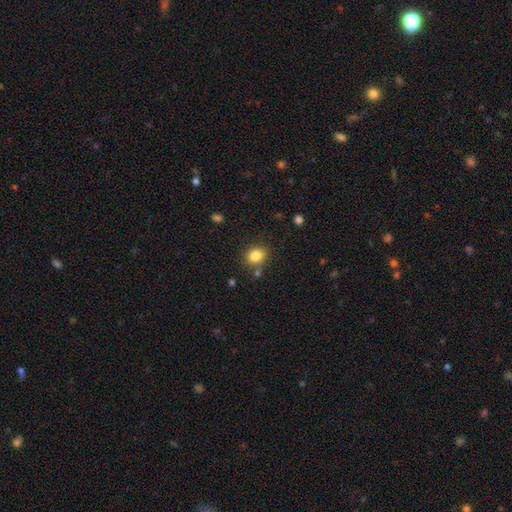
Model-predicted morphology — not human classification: smooth-or-featured: smooth: 83% | star or artifact: 11% | featured or disk: 7%
  how-rounded: round: 58% | in between: 41% | cigar-shaped: 1%
  merging: none: 79% | minor disturbance: 11% | merger: 6% | major disturbance: 3%